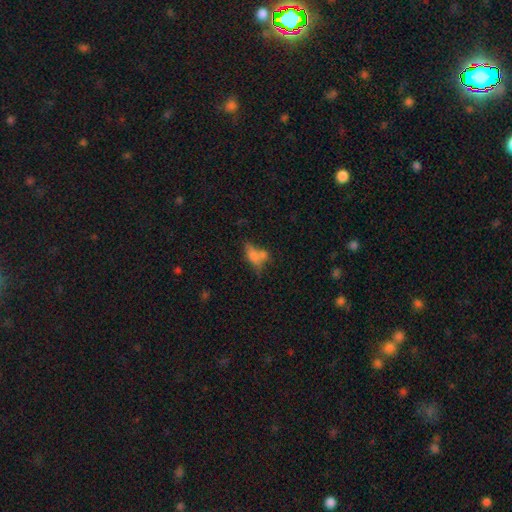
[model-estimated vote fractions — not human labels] Smooth or featured?
  - smooth: 63% *
  - featured or disk: 24%
  - star or artifact: 13%
How rounded?
  - in between: 70% *
  - cigar-shaped: 22%
  - round: 8%
Merging?
  - merger: 39% *
  - none: 32%
  - minor disturbance: 16%
  - major disturbance: 12%